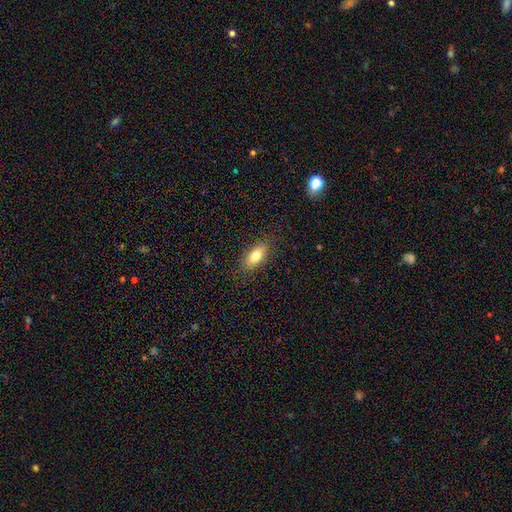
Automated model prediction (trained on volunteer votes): smooth-or-featured: smooth: 78% | featured or disk: 15% | star or artifact: 7%
  how-rounded: in between: 83% | cigar-shaped: 14% | round: 3%
  merging: none: 85% | minor disturbance: 11% | major disturbance: 3% | merger: 1%